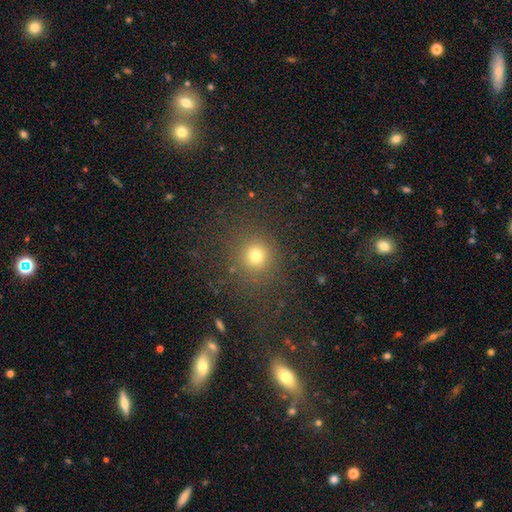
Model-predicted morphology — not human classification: Q: Smooth or featured?
A: smooth (73%); runner-up: star or artifact (19%)
Q: How rounded?
A: round (89%); runner-up: in between (10%)
Q: Merging?
A: none (83%); runner-up: minor disturbance (9%)